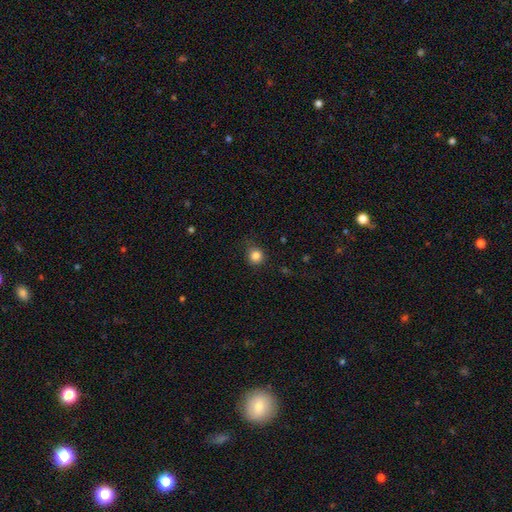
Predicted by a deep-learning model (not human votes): This appears to be a smooth galaxy with no disk features (84%) that is round (90%). Merging: none (80%).